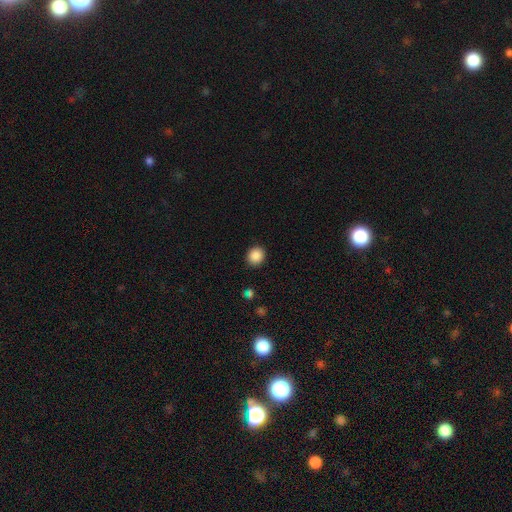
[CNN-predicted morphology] Smooth or featured? Predicted: smooth (p=0.87). How rounded? Predicted: round (p=0.82). Merging? Predicted: none (p=0.91).